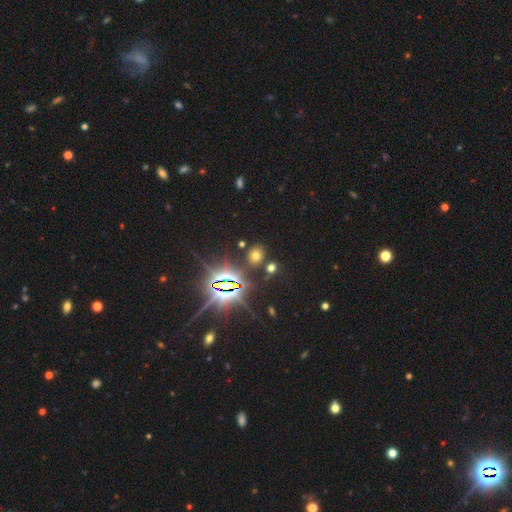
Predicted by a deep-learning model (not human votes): Smooth or featured? smooth (49%)
Merging? none (83%)